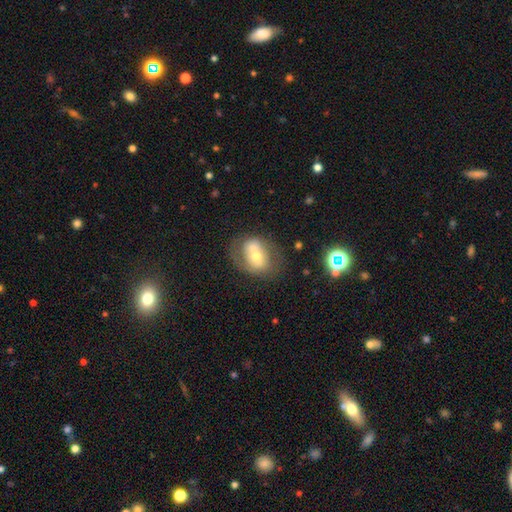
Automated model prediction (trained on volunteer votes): Smooth or featured: smooth — 47% (featured or disk — 44%)
Merging: none — 50% (minor disturbance — 22%)